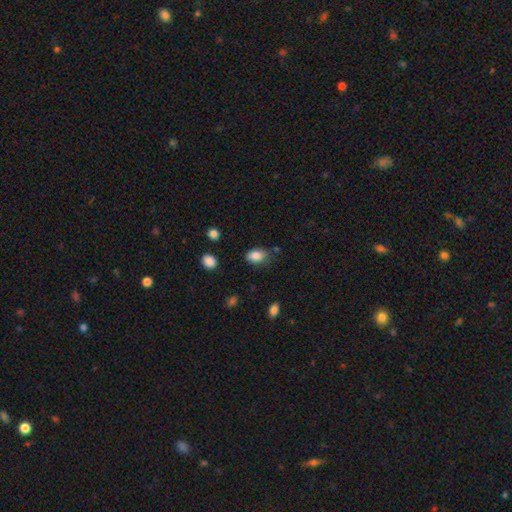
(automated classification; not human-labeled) A smooth galaxy with no disk features (86%) that is in between round and cigar-shaped (86%).

Vote fractions:
- Smooth or featured? smooth: 86% / star or artifact: 9% / featured or disk: 6%
- How rounded? in between: 86% / round: 12% / cigar-shaped: 1%
- Merging? none: 69% / minor disturbance: 23% / major disturbance: 5% / merger: 3%